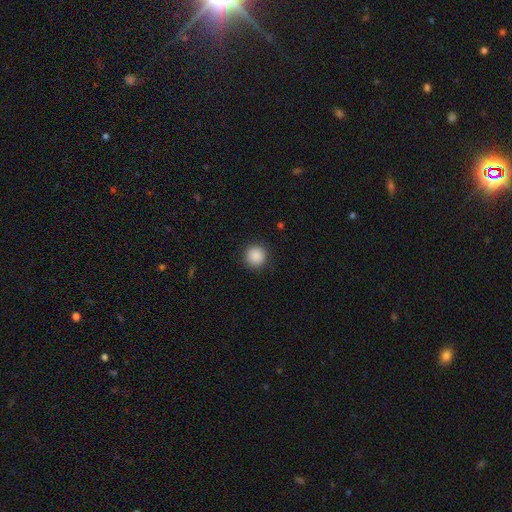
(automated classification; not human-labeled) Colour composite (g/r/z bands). It shows a smooth galaxy with no disk features (88%) that is round (95%). Merging: none (90%).